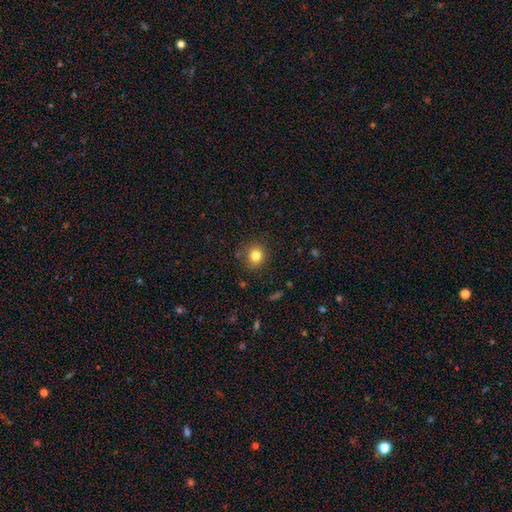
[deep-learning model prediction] smooth 81%, star or artifact 12%, featured or disk 6%. Down the decision tree: how rounded — round (86%); merging — none (85%).